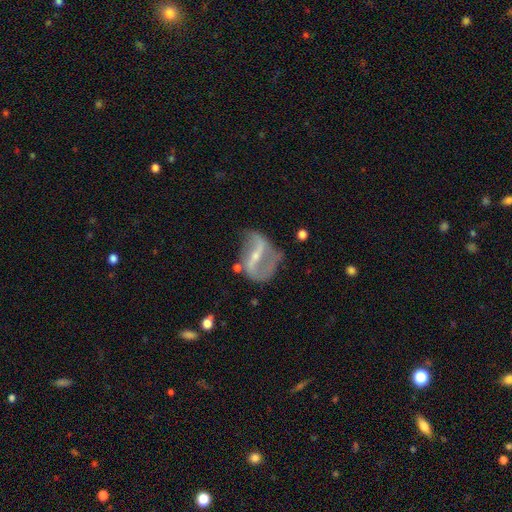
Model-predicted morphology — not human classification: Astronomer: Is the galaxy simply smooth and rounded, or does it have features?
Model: featured or disk — 84%.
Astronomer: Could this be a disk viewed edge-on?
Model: no — 94%.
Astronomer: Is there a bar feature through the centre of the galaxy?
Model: strong — 59%.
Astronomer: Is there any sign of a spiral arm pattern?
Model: yes — 84%.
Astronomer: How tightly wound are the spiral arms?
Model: loose — 60%.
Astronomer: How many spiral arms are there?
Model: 2 — 84%.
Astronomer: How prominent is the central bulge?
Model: small — 67%.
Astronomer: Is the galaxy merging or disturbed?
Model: none — 53%.